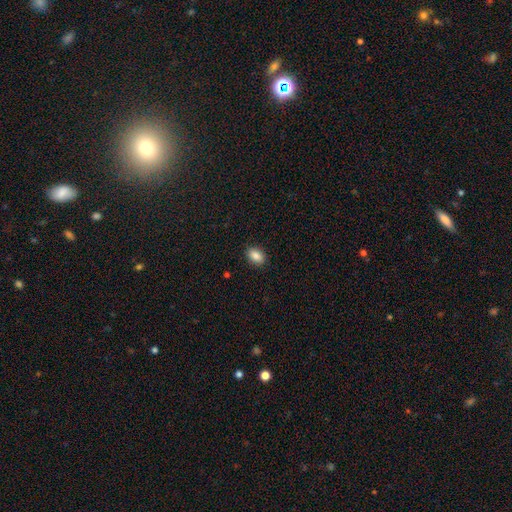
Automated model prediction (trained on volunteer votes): Smooth or featured: smooth — 88% (star or artifact — 8%)
How rounded: in between — 85% (round — 14%)
Merging: none — 89% (minor disturbance — 8%)